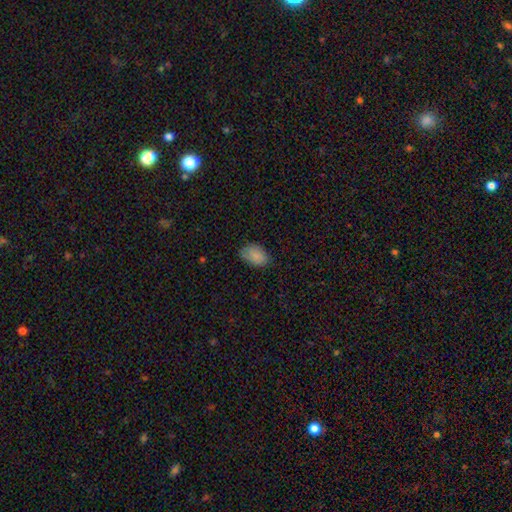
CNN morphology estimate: Smooth or featured: smooth — 86% (star or artifact — 7%)
How rounded: in between — 90% (round — 9%)
Merging: none — 75% (minor disturbance — 20%)